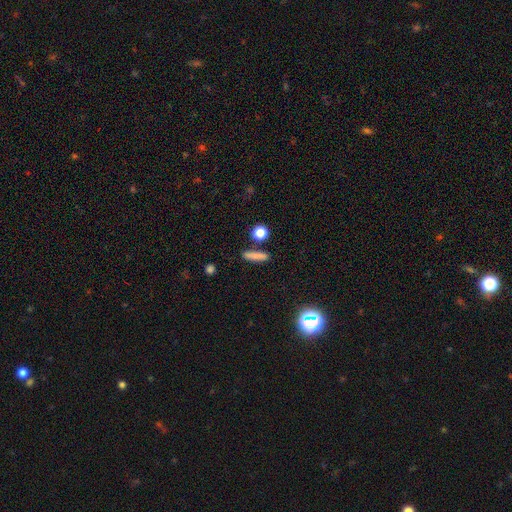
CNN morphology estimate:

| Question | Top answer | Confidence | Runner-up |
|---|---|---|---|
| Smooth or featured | smooth | 80% | star or artifact (10%) |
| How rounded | cigar-shaped | 78% | in between (16%) |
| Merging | none | 85% | minor disturbance (9%) |